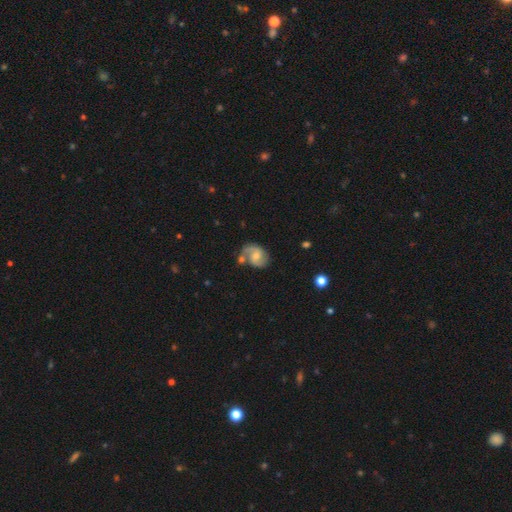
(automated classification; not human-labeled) smooth_or_featured: featured or disk (p=0.73) [alt: smooth p=0.20]
disk_edge_on: no (p=0.98) [alt: yes p=0.02]
bar: no (p=0.47) [alt: weak p=0.44]
has_spiral_arms: yes (p=0.93) [alt: no p=0.07]
spiral_winding: medium (p=0.52) [alt: loose p=0.25]
spiral_arm_count: 2 (p=0.85) [alt: can't tell p=0.06]
bulge_size: moderate (p=0.51) [alt: small p=0.38]
merging: none (p=0.56) [alt: minor disturbance p=0.20]